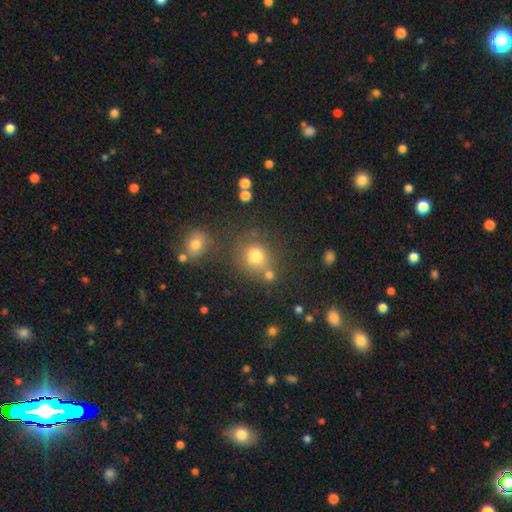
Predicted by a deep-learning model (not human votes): Smooth or featured? Predicted: smooth (p=0.75). How rounded? Predicted: round (p=0.80). Merging? Predicted: none (p=0.66).